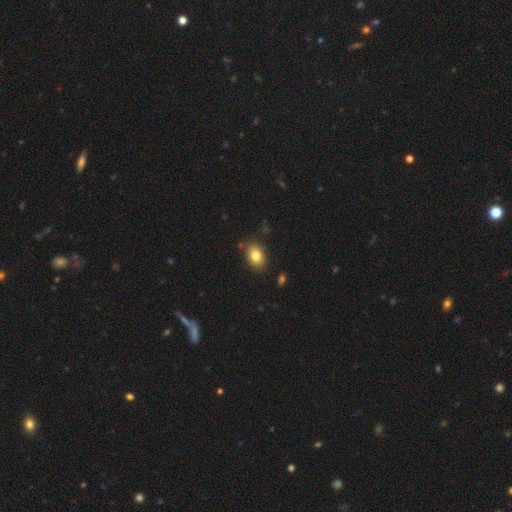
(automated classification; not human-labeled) This appears to be a smooth galaxy with no disk features (82%) that is in between round and cigar-shaped (73%). Merging: none (84%).